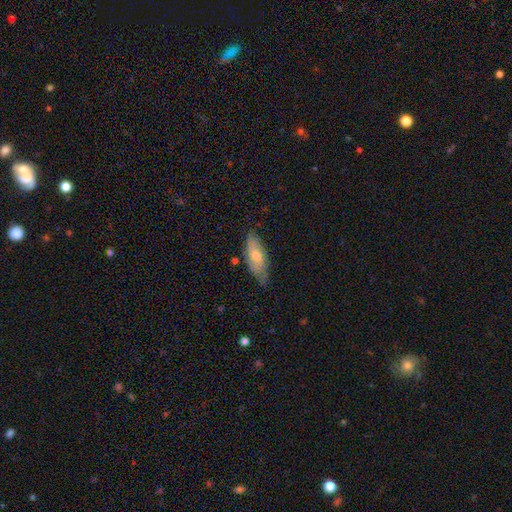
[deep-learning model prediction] smooth_or_featured: smooth (p=0.54) [alt: featured or disk p=0.39]
how_rounded: in between (p=0.71) [alt: cigar-shaped p=0.27]
merging: none (p=0.70) [alt: minor disturbance p=0.24]